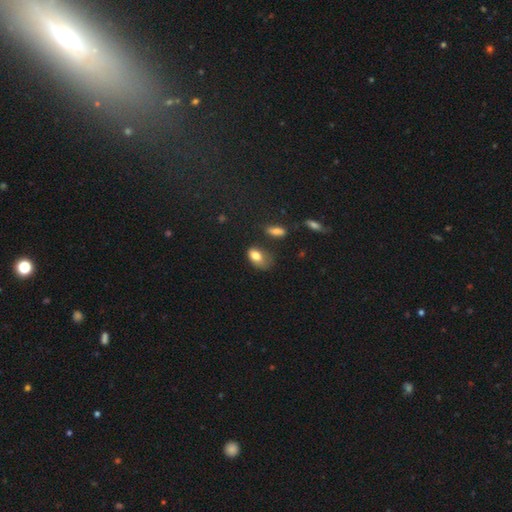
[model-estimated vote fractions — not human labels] smooth_or_featured: smooth (p=0.78) [alt: featured or disk p=0.13]
how_rounded: in between (p=0.87) [alt: round p=0.11]
merging: minor disturbance (p=0.36) [alt: none p=0.33]